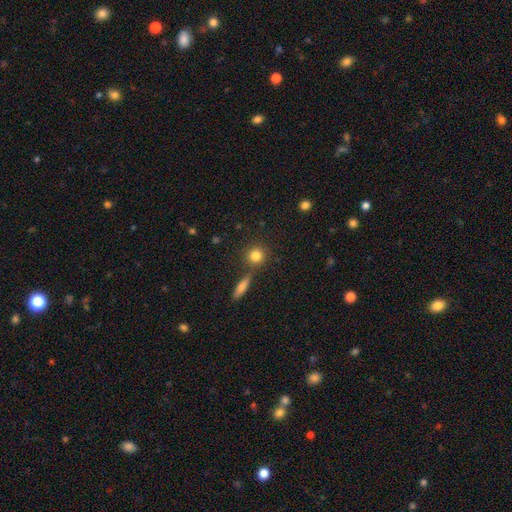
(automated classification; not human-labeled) Overall: smooth (82%). How rounded: round (88%). Merging: none (77%).